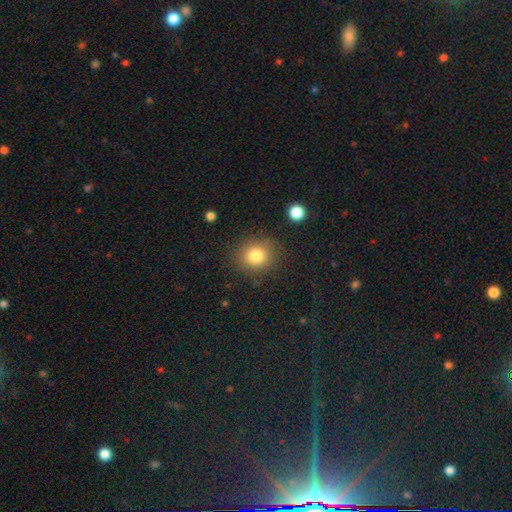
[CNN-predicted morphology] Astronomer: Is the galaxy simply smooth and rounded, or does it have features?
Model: smooth — 81%.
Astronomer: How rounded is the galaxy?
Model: round — 83%.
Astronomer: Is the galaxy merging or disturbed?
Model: none — 85%.